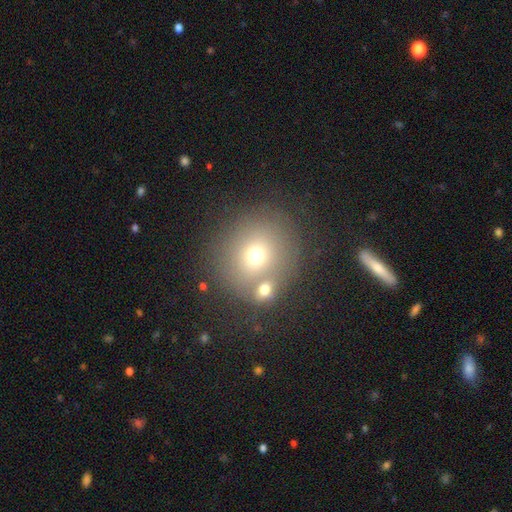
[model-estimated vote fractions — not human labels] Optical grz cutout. It shows a smooth galaxy with no disk features (68%) that is round (89%). Merging: none (67%).